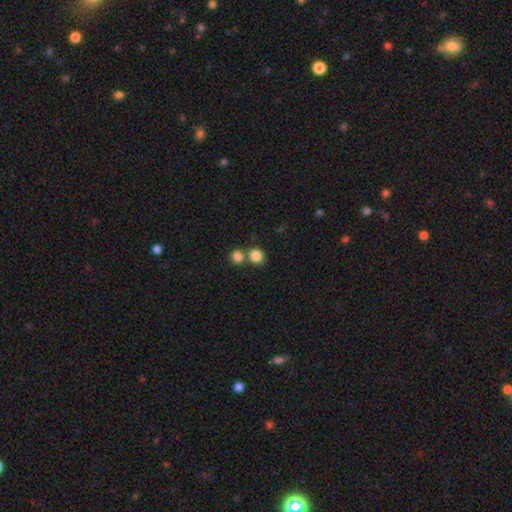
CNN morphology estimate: The model was most divided on "merging": none: 60%, merger: 31%, minor disturbance: 7%, major disturbance: 3%. More confident: how rounded — round (88%); smooth or featured — smooth (85%).